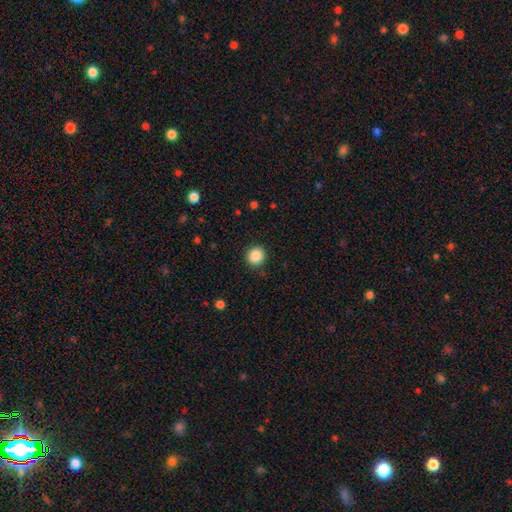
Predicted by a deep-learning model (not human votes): Overall: smooth (86%). How rounded: round (92%). Merging: none (91%).